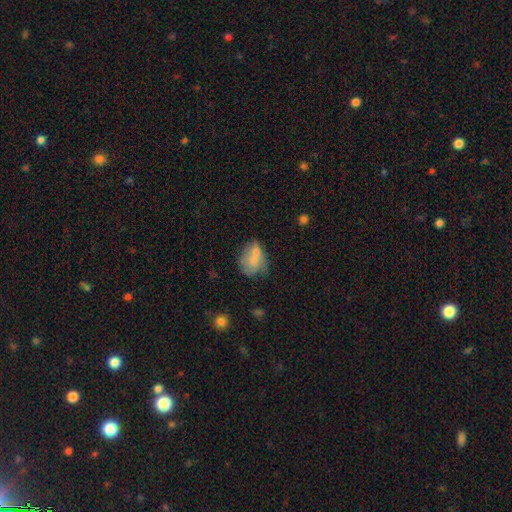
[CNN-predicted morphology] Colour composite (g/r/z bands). It shows a smooth galaxy with no disk features (66%) that is in between round and cigar-shaped (58%). Merging: none (39%).